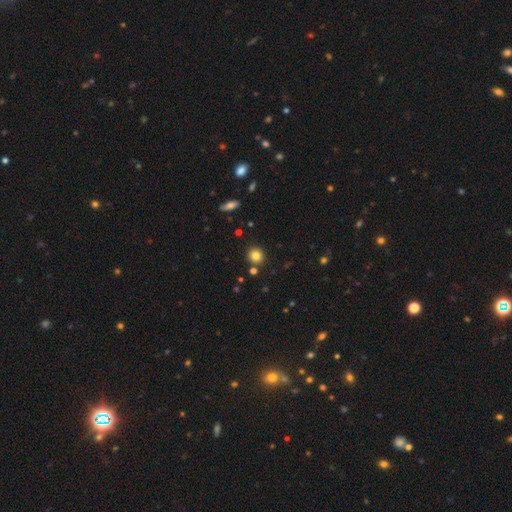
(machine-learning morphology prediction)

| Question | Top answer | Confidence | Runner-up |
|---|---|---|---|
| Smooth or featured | smooth | 82% | star or artifact (12%) |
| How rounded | round | 90% | in between (9%) |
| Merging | none | 86% | minor disturbance (7%) |